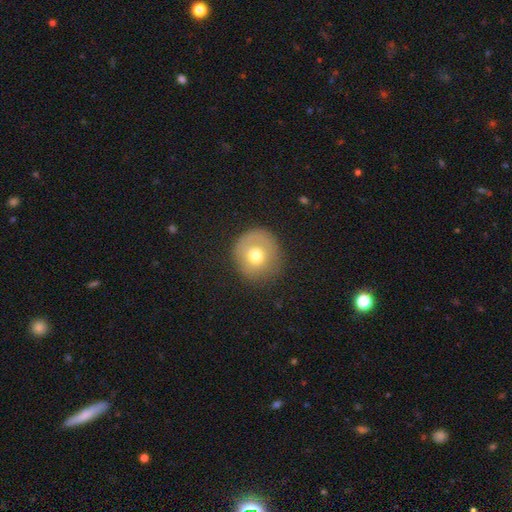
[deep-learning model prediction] Q: Smooth or featured?
A: smooth (68%); runner-up: featured or disk (22%)
Q: How rounded?
A: round (88%); runner-up: in between (11%)
Q: Merging?
A: none (75%); runner-up: minor disturbance (16%)